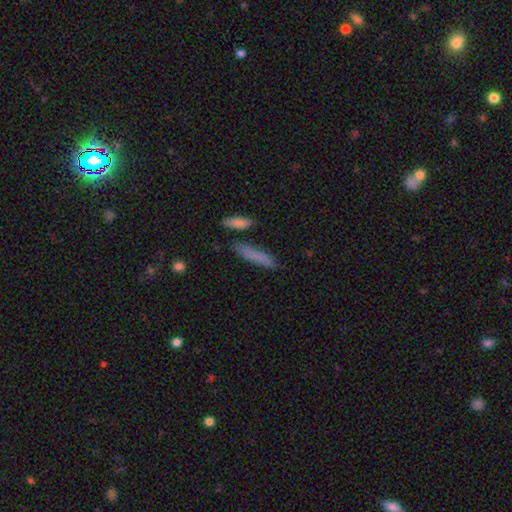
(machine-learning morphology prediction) Overall: smooth (76%). How rounded: cigar-shaped (87%). Merging: none (81%).